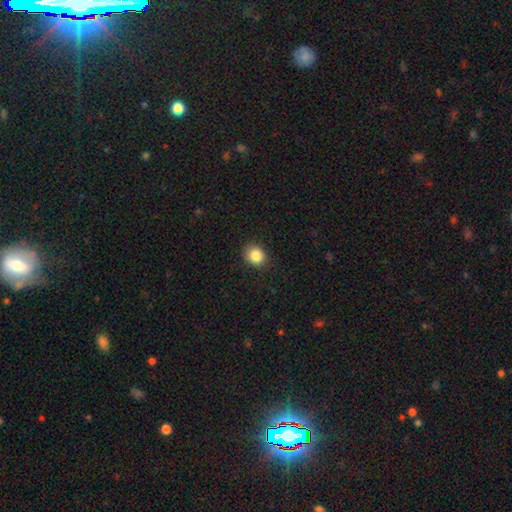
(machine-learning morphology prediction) A smooth galaxy with no disk features (85%) that is round (67%). Merging: none (87%).